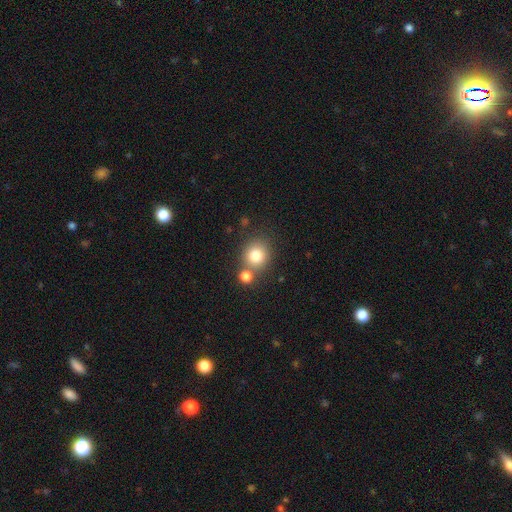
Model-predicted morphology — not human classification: Smooth or featured? smooth (79%)
How rounded? round (84%)
Merging? none (65%)